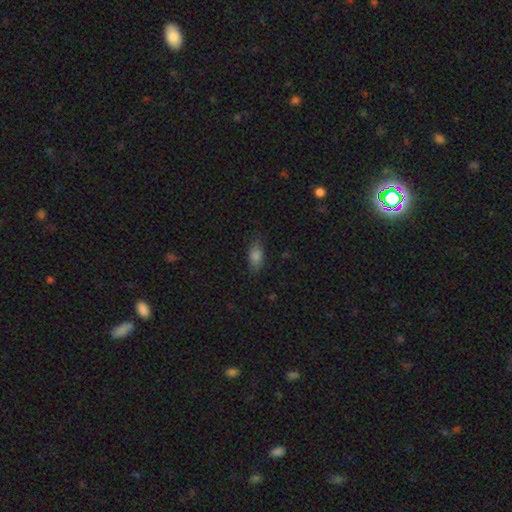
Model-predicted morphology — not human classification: The model was most divided on "merging": none: 81%, minor disturbance: 15%, major disturbance: 3%, merger: 1%. More confident: how rounded — in between (85%); smooth or featured — smooth (79%).